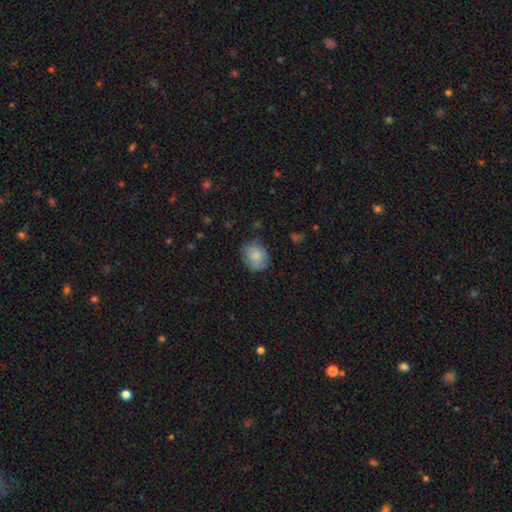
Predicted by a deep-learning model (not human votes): Smooth or featured?
  - smooth: 81% *
  - featured or disk: 12%
  - star or artifact: 7%
How rounded?
  - round: 61% *
  - in between: 38%
  - cigar-shaped: 1%
Merging?
  - none: 71% *
  - minor disturbance: 22%
  - major disturbance: 6%
  - merger: 1%